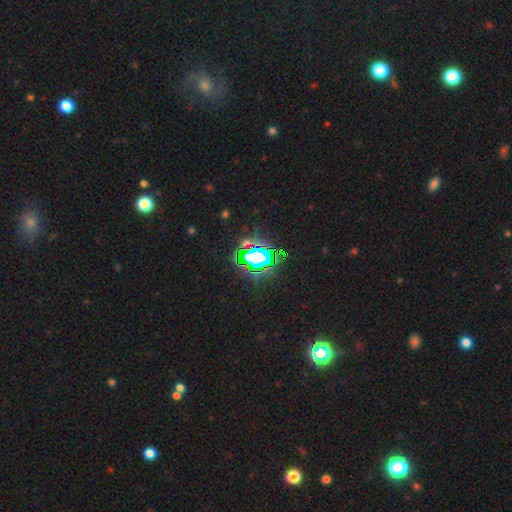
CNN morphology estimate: A star or artifact, not a galaxy (70%).

Vote fractions:
- Smooth or featured? star or artifact: 70% / smooth: 17% / featured or disk: 14%